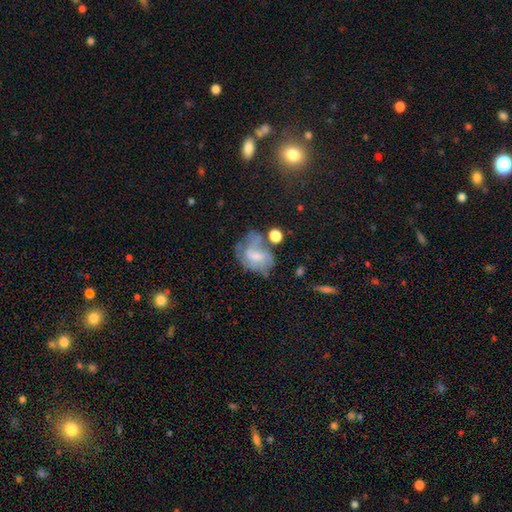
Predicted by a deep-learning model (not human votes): smooth-or-featured: featured or disk: 50% | smooth: 38% | star or artifact: 11%
  disk-edge-on: no: 96% | yes: 4%
  merging: major disturbance: 32% | none: 29% | minor disturbance: 22% | merger: 16%